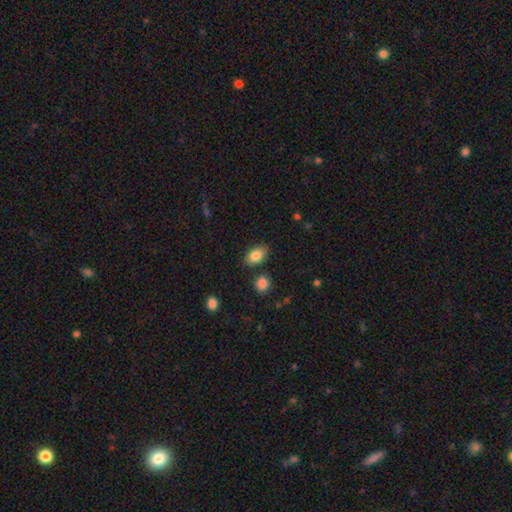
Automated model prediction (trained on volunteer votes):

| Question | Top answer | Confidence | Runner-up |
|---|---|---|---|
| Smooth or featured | smooth | 84% | featured or disk (8%) |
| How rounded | in between | 87% | round (11%) |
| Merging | none | 80% | minor disturbance (13%) |